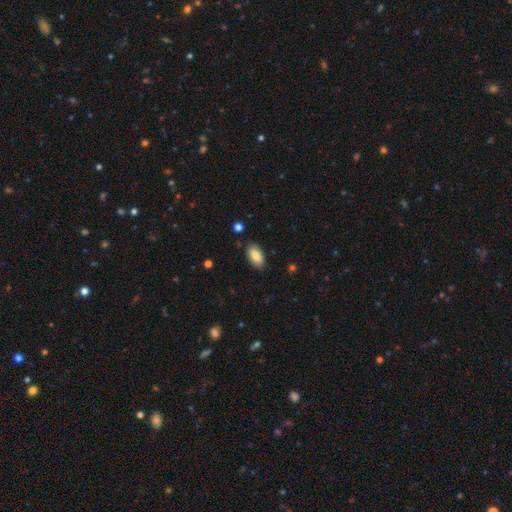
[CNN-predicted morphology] This is clearly a smooth galaxy (82%). How rounded: clearly in between (94%). Merging: clearly none (86%).